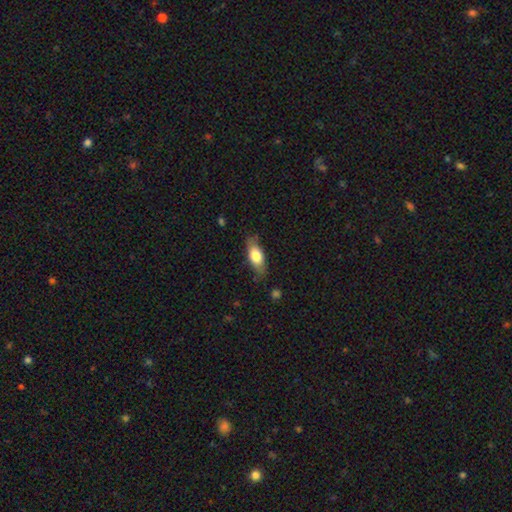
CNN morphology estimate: Overall: smooth (71%). How rounded: in between (76%). Merging: none (77%).